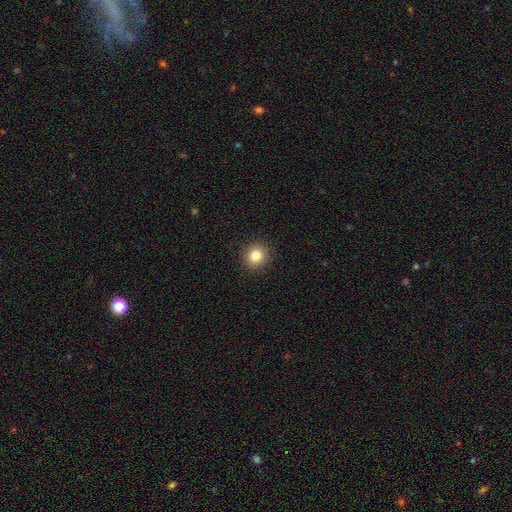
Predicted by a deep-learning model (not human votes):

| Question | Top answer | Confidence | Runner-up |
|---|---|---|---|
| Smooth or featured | smooth | 83% | star or artifact (11%) |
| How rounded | round | 90% | in between (9%) |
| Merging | none | 92% | minor disturbance (6%) |